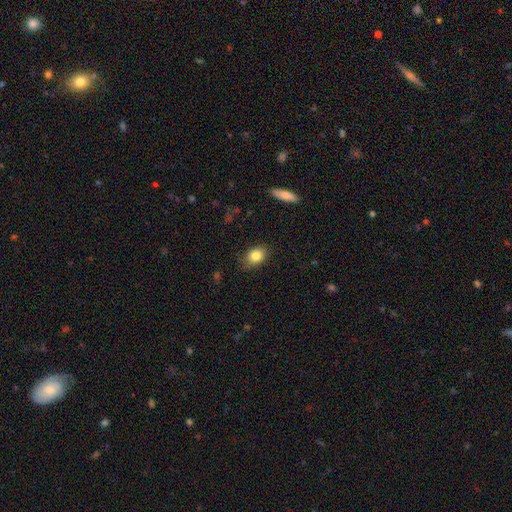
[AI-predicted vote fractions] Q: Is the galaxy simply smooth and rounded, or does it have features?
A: smooth — 83%.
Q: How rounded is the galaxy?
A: in between — 74%.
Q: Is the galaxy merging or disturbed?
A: none — 83%.